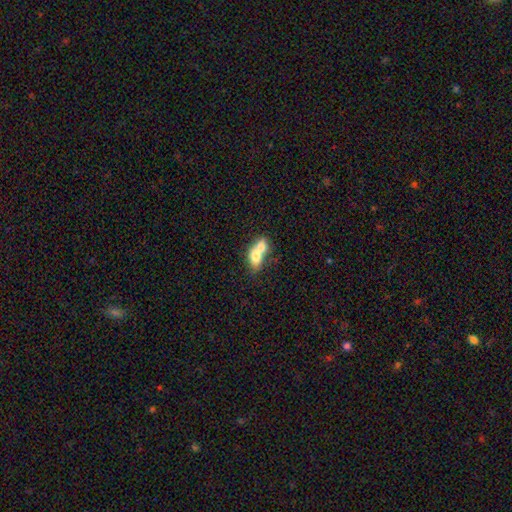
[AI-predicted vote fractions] This appears to be a smooth galaxy with no disk features (69%) that is in between round and cigar-shaped (72%). Merging: merger (75%).